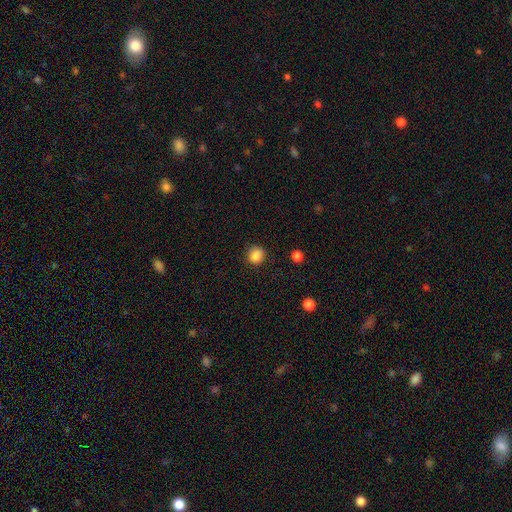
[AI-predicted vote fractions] Overall: smooth (87%). How rounded: round (88%). Merging: none (88%).